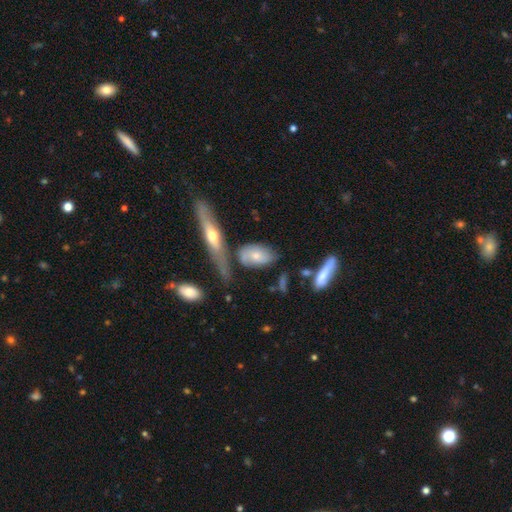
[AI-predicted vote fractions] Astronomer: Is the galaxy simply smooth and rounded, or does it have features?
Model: smooth — 54% (runner-up: featured or disk, 39%).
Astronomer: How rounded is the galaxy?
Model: in between — 86%.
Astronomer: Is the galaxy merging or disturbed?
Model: none — 48% (runner-up: minor disturbance, 24%).